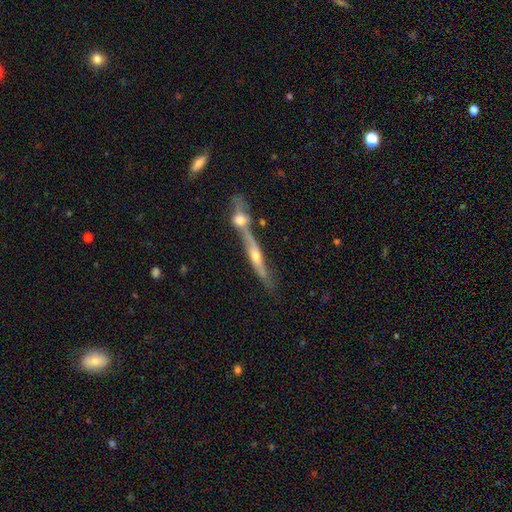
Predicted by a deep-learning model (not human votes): smooth_or_featured: featured or disk (p=0.65) [alt: smooth p=0.28]
disk_edge_on: yes (p=0.81) [alt: no p=0.19]
edge_on_bulge: rounded (p=0.88) [alt: none p=0.08]
merging: merger (p=0.51) [alt: none p=0.34]